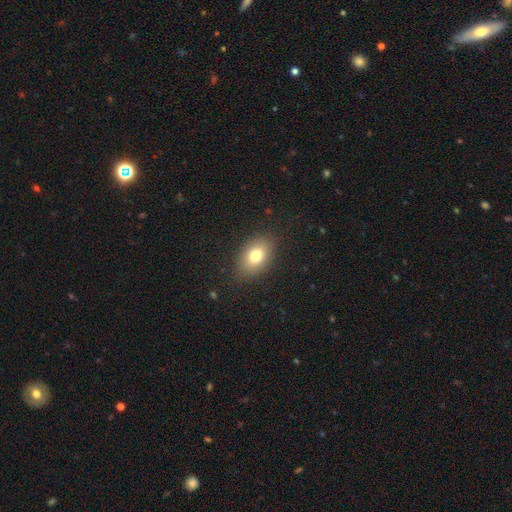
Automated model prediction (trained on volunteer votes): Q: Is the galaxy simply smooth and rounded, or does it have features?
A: smooth — 76%.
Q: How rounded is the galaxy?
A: in between — 81%.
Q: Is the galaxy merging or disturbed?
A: none — 86%.